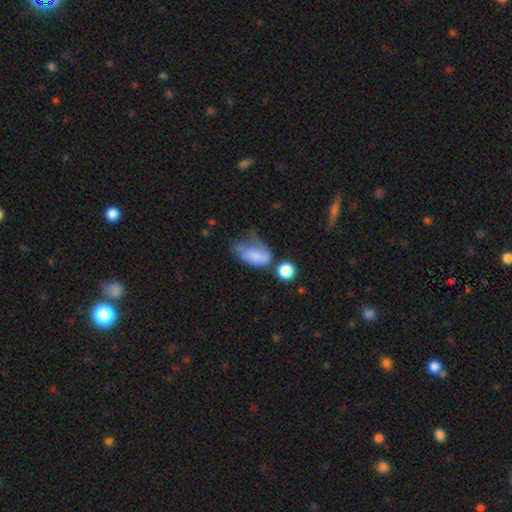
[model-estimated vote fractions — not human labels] smooth-or-featured: smooth: 68% | featured or disk: 22% | star or artifact: 10%
  how-rounded: in between: 86% | round: 10% | cigar-shaped: 4%
  merging: major disturbance: 37% | minor disturbance: 30% | none: 21% | merger: 12%